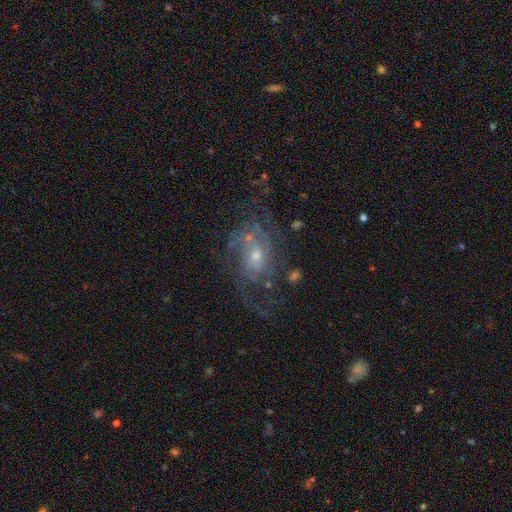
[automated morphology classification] The model was most divided on "spiral arm count": can't tell: 35%, 2: 32%, 3: 15%, 1: 7%, 4: 6%, more than 4: 5%. Remaining: edge-on disk — no (96%); spiral arms — yes (87%); smooth or featured — featured or disk (76%); bar — no (68%); merging — none (59%); bulge size — small (56%); spiral winding — medium (44%).